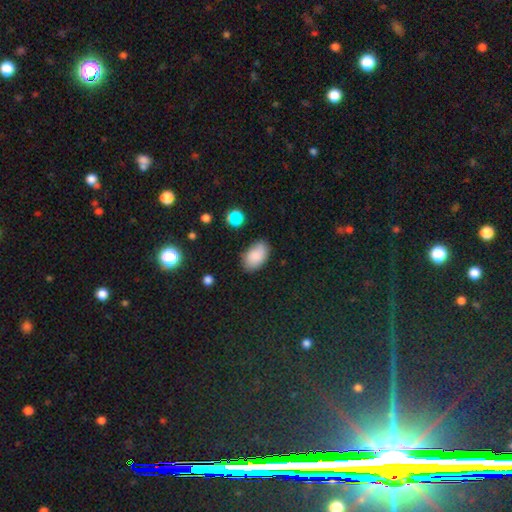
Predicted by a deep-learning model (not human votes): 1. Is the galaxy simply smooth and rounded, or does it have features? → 85% smooth, 8% star or artifact, 6% featured or disk.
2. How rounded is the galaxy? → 92% in between, 7% round, 1% cigar-shaped.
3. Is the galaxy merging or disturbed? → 75% none, 18% minor disturbance, 4% major disturbance, 3% merger.